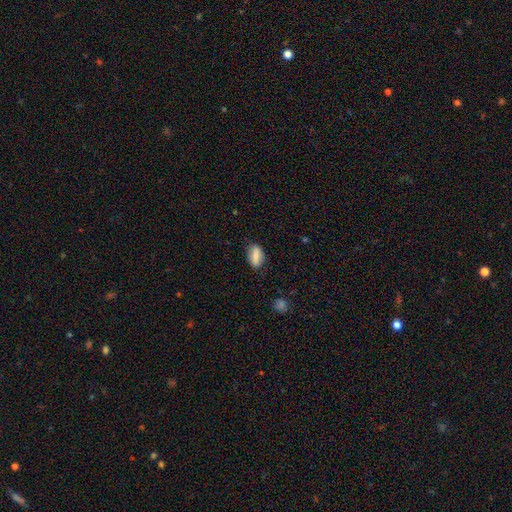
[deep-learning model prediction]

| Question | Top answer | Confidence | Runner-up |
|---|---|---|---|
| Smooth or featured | smooth | 77% | featured or disk (15%) |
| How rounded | in between | 83% | cigar-shaped (10%) |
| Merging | none | 79% | minor disturbance (15%) |